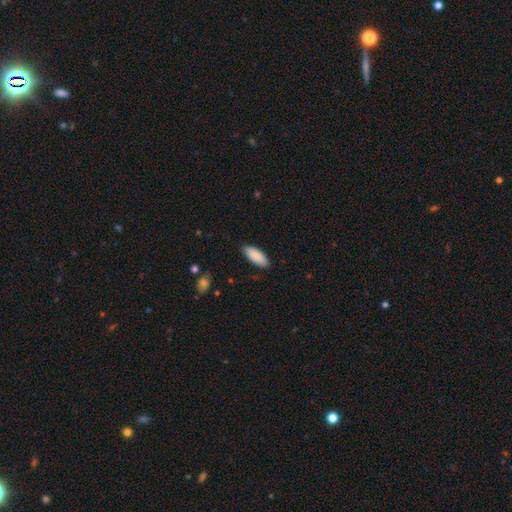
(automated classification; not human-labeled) Q: Smooth or featured?
A: smooth (89%); runner-up: star or artifact (6%)
Q: How rounded?
A: in between (79%); runner-up: cigar-shaped (20%)
Q: Merging?
A: none (87%); runner-up: minor disturbance (10%)